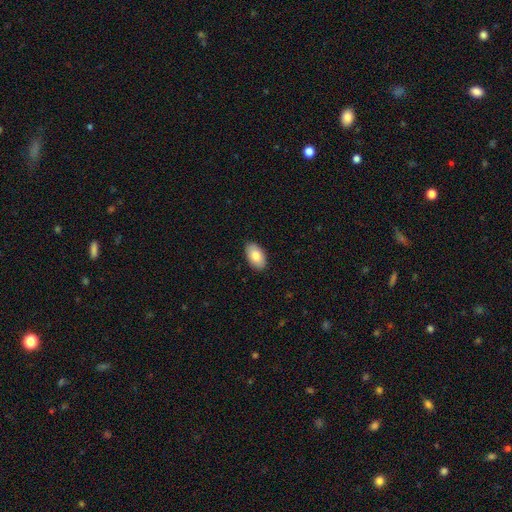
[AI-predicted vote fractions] Q: Smooth or featured?
A: smooth (82%); runner-up: featured or disk (12%)
Q: How rounded?
A: in between (95%); runner-up: round (4%)
Q: Merging?
A: none (89%); runner-up: minor disturbance (9%)